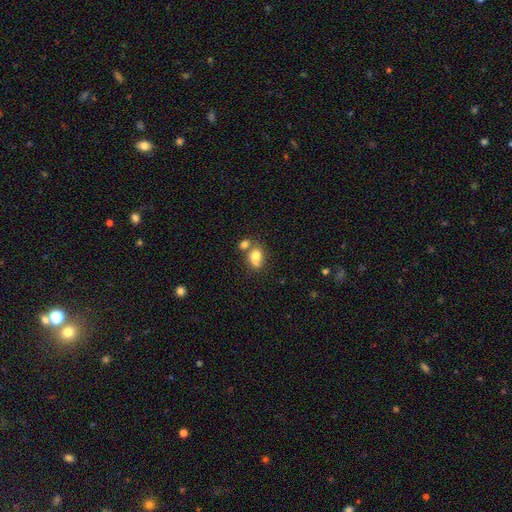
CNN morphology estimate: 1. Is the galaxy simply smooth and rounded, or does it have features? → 75% smooth, 16% featured or disk, 9% star or artifact.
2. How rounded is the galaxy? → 71% in between, 27% round, 2% cigar-shaped.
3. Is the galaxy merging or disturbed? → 38% merger, 37% none, 18% minor disturbance, 8% major disturbance.